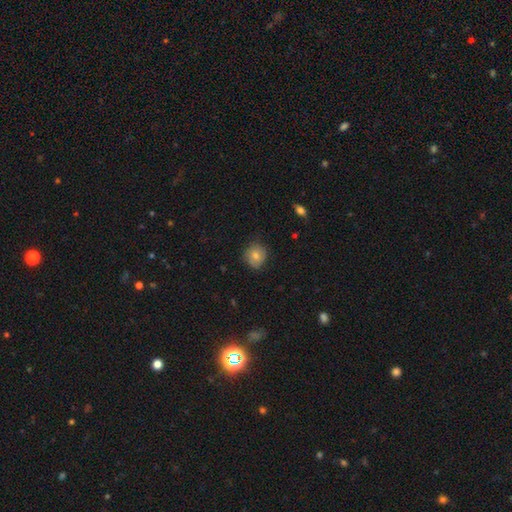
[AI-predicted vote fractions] Smooth or featured?
  - smooth: 75% *
  - featured or disk: 16%
  - star or artifact: 9%
How rounded?
  - round: 80% *
  - in between: 19%
  - cigar-shaped: 1%
Merging?
  - none: 74% *
  - minor disturbance: 21%
  - major disturbance: 4%
  - merger: 1%